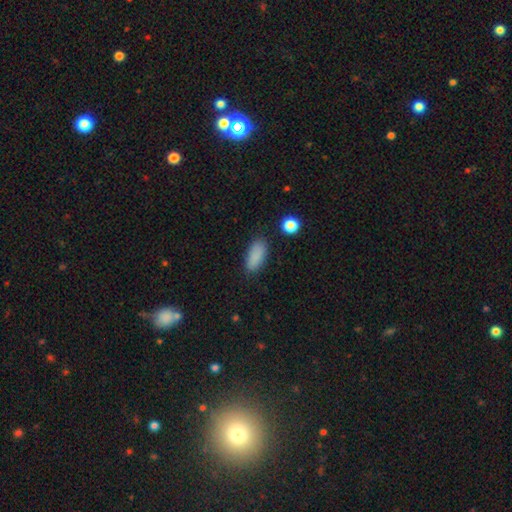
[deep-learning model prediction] A smooth galaxy with no disk features (87%) that is in between round and cigar-shaped (85%).

Vote fractions:
- Smooth or featured? smooth: 87% / star or artifact: 9% / featured or disk: 5%
- How rounded? in between: 85% / cigar-shaped: 12% / round: 3%
- Merging? none: 83% / minor disturbance: 12% / major disturbance: 3% / merger: 2%